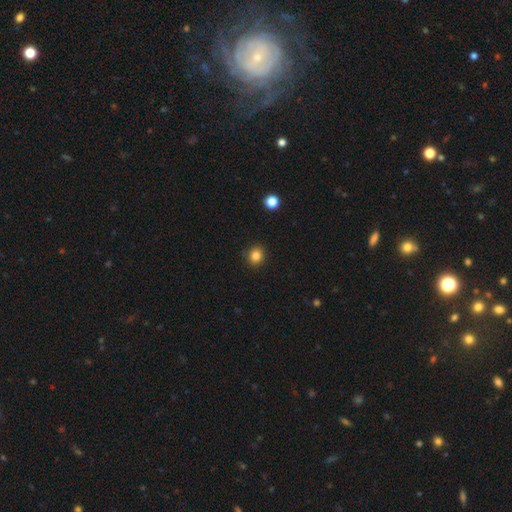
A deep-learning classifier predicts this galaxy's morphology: Smooth or featured? Predicted: smooth (p=0.83). How rounded? Predicted: round (p=0.84). Merging? Predicted: none (p=0.91).